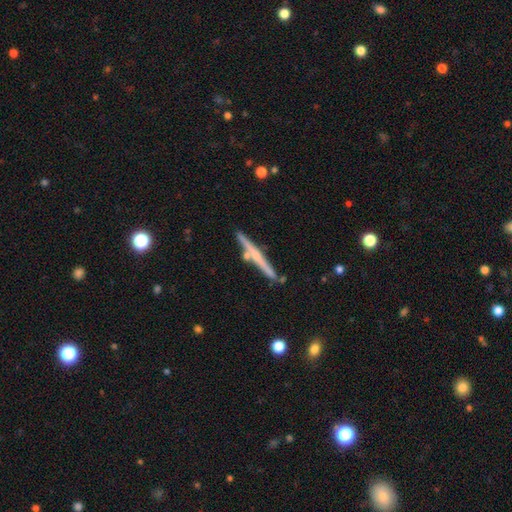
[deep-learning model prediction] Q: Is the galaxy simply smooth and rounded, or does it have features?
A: featured or disk — 64%.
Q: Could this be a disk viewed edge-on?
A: yes — 97%.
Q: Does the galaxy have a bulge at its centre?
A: rounded — 53%.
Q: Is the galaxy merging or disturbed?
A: none — 81%.